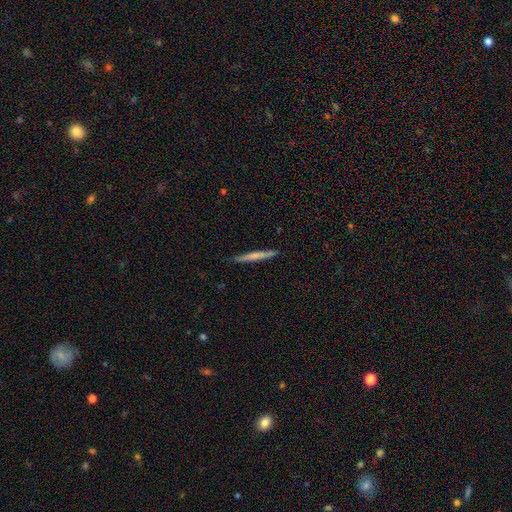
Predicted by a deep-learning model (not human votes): A smooth galaxy with no disk features (58%) that is cigar-shaped (96%).

Vote fractions:
- Smooth or featured? smooth: 58% / featured or disk: 36% / star or artifact: 5%
- How rounded? cigar-shaped: 96% / in between: 2% / round: 1%
- Merging? none: 90% / minor disturbance: 7% / major disturbance: 1% / merger: 1%